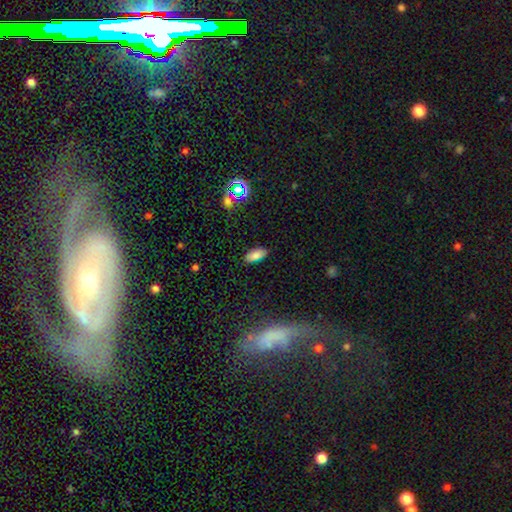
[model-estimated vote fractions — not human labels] Smooth or featured? smooth (83%)
How rounded? in between (90%)
Merging? none (86%)